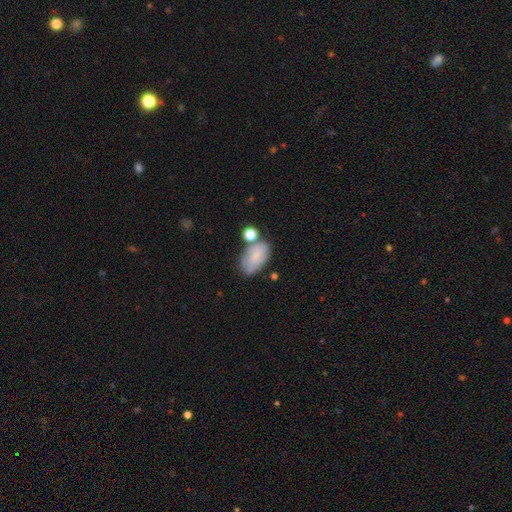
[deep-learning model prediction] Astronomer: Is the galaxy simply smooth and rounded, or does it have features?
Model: smooth — 71%.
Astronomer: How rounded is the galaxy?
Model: in between — 91%.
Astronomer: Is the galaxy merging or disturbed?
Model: none — 48% (runner-up: minor disturbance, 24%).